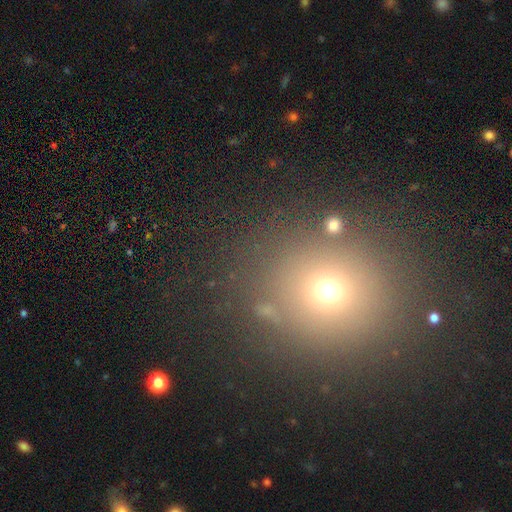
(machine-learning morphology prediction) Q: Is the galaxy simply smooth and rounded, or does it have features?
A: smooth — 60%.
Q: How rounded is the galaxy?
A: round — 82%.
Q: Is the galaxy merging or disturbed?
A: none — 85%.